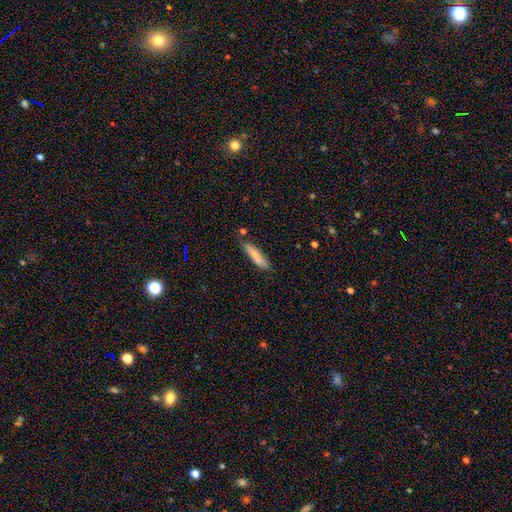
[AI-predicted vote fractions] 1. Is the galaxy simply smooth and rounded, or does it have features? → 79% smooth, 15% featured or disk, 6% star or artifact.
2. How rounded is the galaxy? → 75% cigar-shaped, 24% in between, 1% round.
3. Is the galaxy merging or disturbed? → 79% none, 15% minor disturbance, 3% merger, 3% major disturbance.